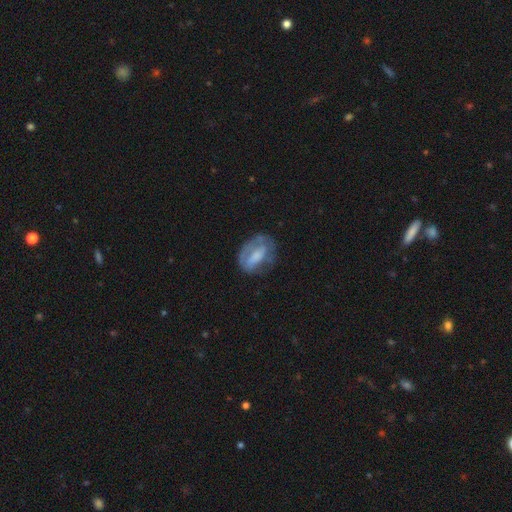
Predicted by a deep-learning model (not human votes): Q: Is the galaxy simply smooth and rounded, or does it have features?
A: featured or disk — 48%.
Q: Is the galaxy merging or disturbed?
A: none — 50%.